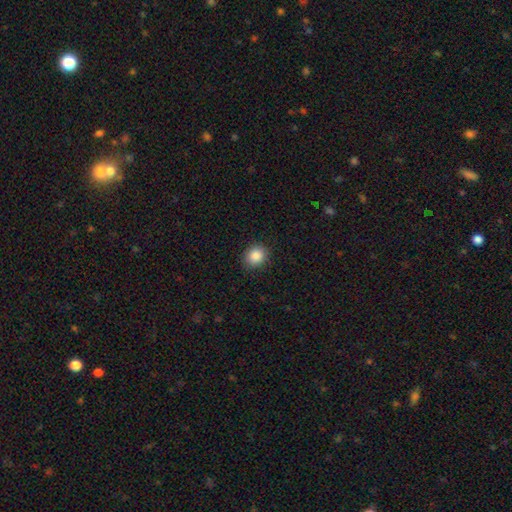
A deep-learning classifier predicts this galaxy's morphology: Smooth or featured? smooth (87%)
How rounded? round (67%)
Merging? none (88%)